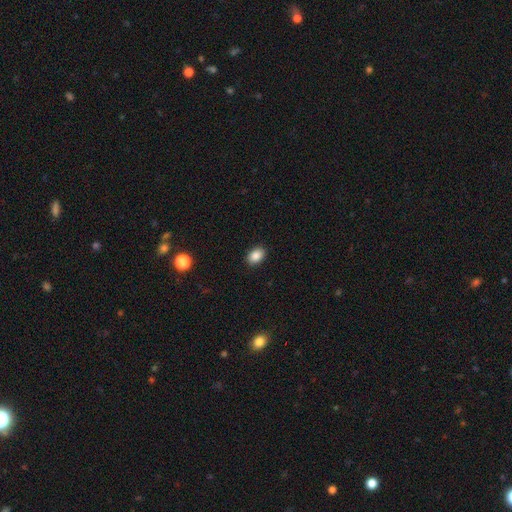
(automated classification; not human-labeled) This appears to be a smooth galaxy with no disk features (87%) that is in between round and cigar-shaped (81%). Merging: none (90%).